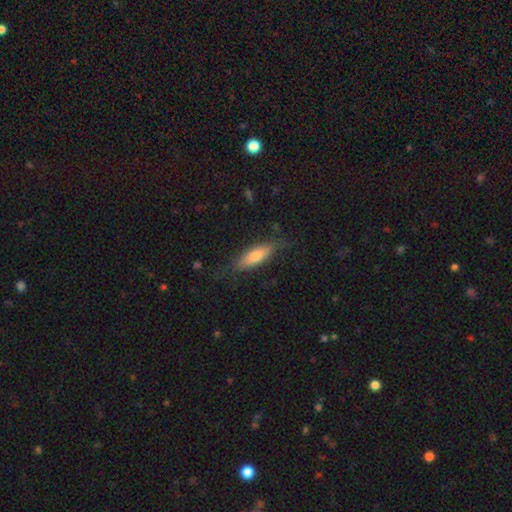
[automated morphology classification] Smooth or featured?
  - smooth: 70% *
  - featured or disk: 24%
  - star or artifact: 6%
How rounded?
  - cigar-shaped: 51% *
  - in between: 47%
  - round: 2%
Merging?
  - none: 76% *
  - minor disturbance: 18%
  - major disturbance: 5%
  - merger: 1%